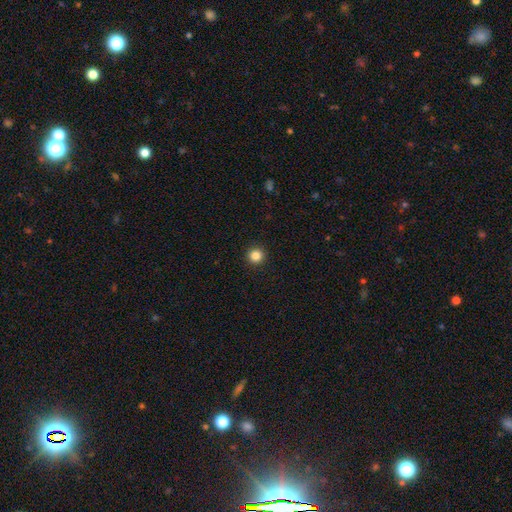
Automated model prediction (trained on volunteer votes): A smooth galaxy with no disk features (85%) that is round (95%).

Vote fractions:
- Smooth or featured? smooth: 85% / star or artifact: 12% / featured or disk: 4%
- How rounded? round: 95% / in between: 4% / cigar-shaped: 1%
- Merging? none: 94% / minor disturbance: 4% / major disturbance: 2% / merger: 1%